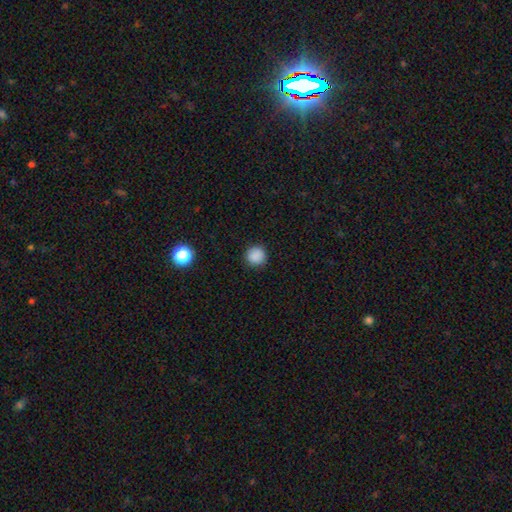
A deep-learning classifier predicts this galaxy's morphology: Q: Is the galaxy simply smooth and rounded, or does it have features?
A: smooth — 87%.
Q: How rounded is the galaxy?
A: round — 95%.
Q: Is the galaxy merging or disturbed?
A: none — 91%.